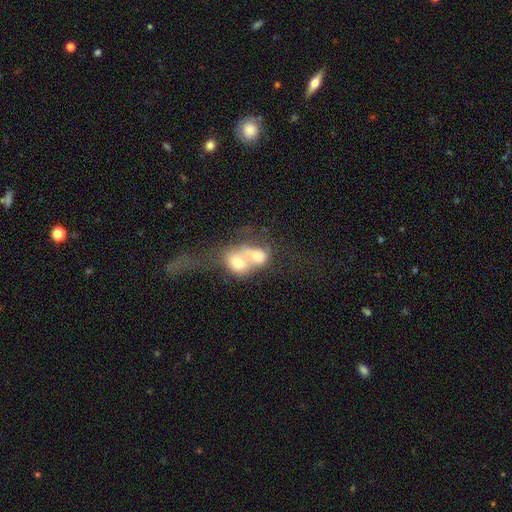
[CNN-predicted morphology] smooth-or-featured: smooth: 60% | featured or disk: 31% | star or artifact: 9%
  how-rounded: in between: 56% | round: 42% | cigar-shaped: 2%
  merging: merger: 80% | none: 8% | major disturbance: 7% | minor disturbance: 4%